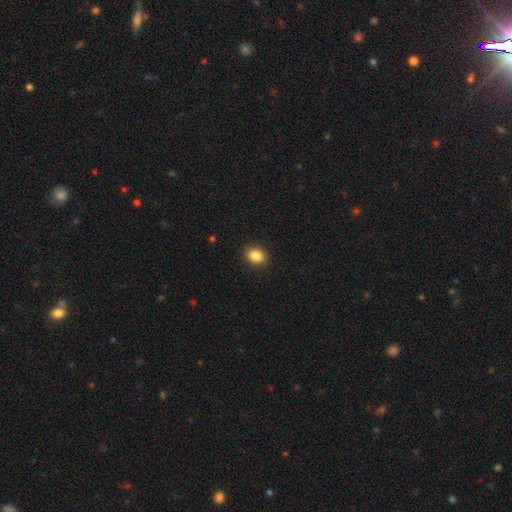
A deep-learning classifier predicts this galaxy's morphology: The model was most divided on "how rounded": in between: 56%, round: 43%, cigar-shaped: 1%. More confident: merging — none (91%); smooth or featured — smooth (86%).